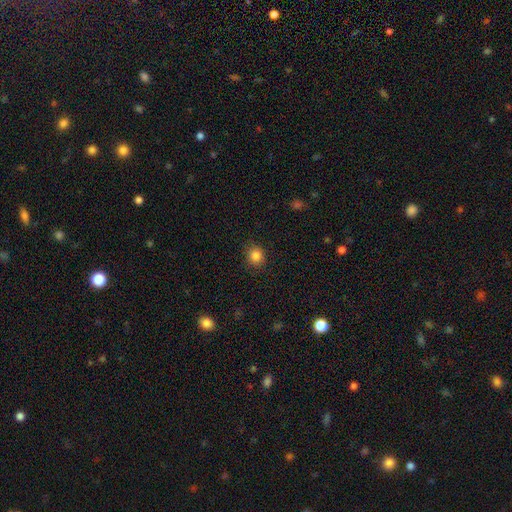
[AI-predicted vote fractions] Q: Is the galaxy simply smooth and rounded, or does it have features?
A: smooth — 85%.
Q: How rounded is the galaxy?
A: round — 87%.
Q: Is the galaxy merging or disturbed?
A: none — 87%.